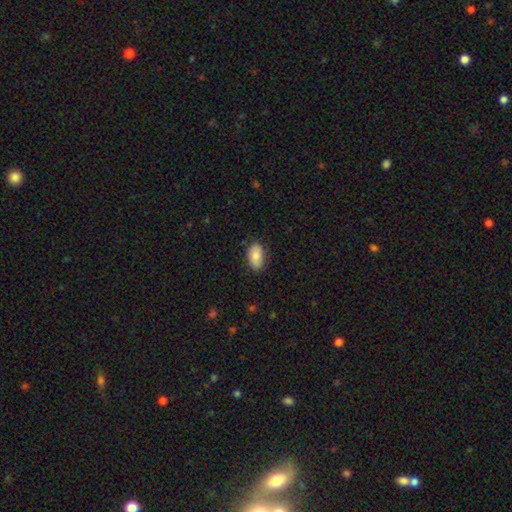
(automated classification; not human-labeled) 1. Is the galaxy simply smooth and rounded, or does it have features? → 84% smooth, 10% featured or disk, 7% star or artifact.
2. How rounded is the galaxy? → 93% in between, 5% round, 2% cigar-shaped.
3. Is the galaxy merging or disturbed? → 84% none, 12% minor disturbance, 2% major disturbance, 1% merger.